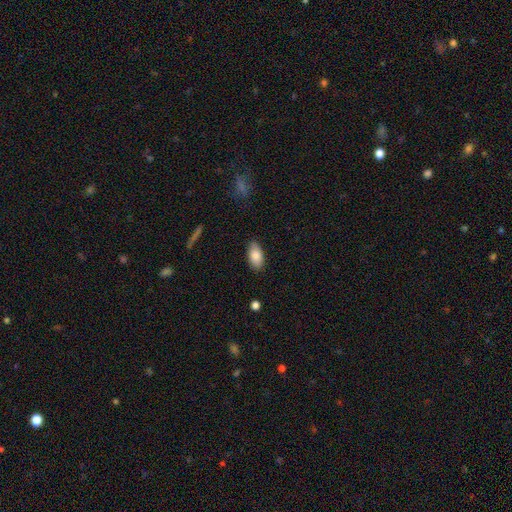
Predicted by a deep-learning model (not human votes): The model was most divided on "merging": none: 85%, minor disturbance: 12%, major disturbance: 2%, merger: 1%. More confident: how rounded — in between (93%); smooth or featured — smooth (85%).